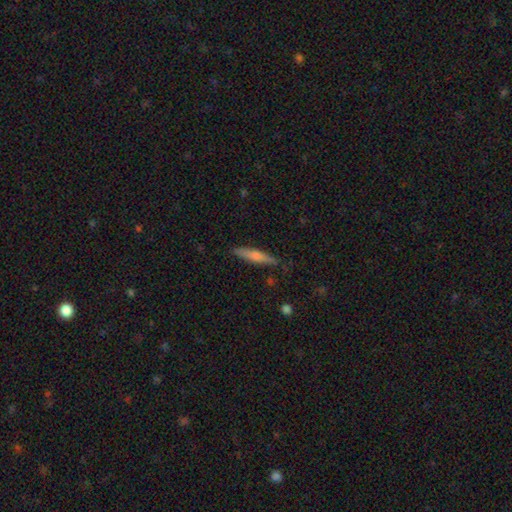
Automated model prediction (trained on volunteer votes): This appears to be a smooth galaxy with no disk features (57%) that is cigar-shaped (89%). Merging: none (86%).